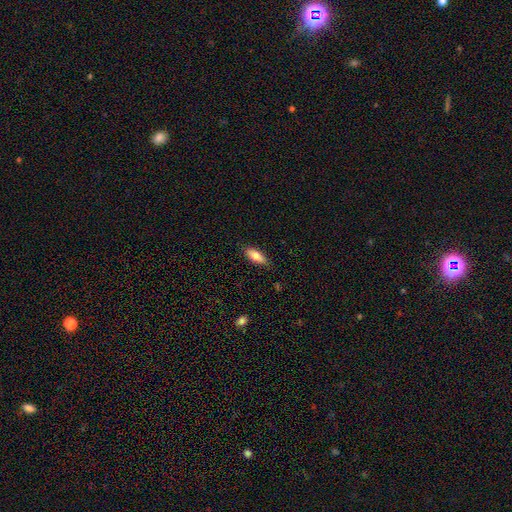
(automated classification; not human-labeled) A smooth galaxy with no disk features (77%) that is in between round and cigar-shaped (76%).

Vote fractions:
- Smooth or featured? smooth: 77% / featured or disk: 17% / star or artifact: 7%
- How rounded? in between: 76% / cigar-shaped: 22% / round: 2%
- Merging? none: 81% / minor disturbance: 15% / major disturbance: 2% / merger: 1%